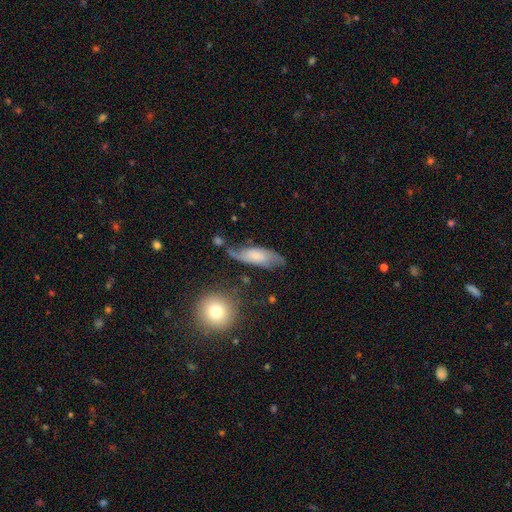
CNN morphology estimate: featured or disk 53%, smooth 40%, star or artifact 8%. Down the decision tree: edge-on disk — no (84%); merging — none (53%).